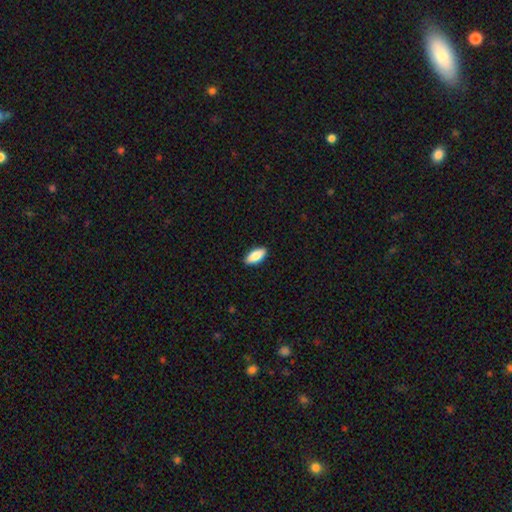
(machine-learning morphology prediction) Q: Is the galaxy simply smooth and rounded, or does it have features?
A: smooth — 86%.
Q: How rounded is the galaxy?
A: in between — 85%.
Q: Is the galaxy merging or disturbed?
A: none — 90%.